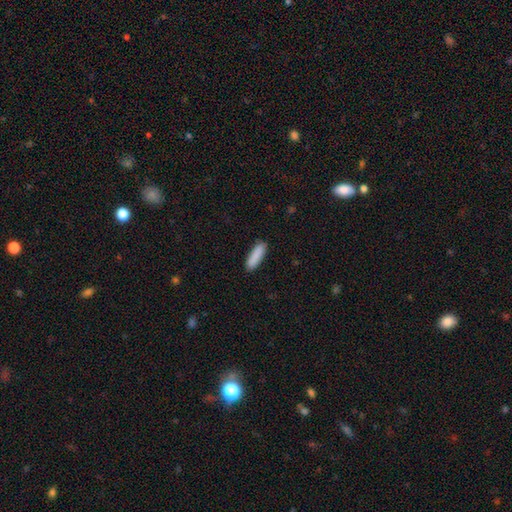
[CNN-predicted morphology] This is clearly a smooth galaxy (89%). How rounded: possibly cigar-shaped (59%). Merging: clearly none (88%).